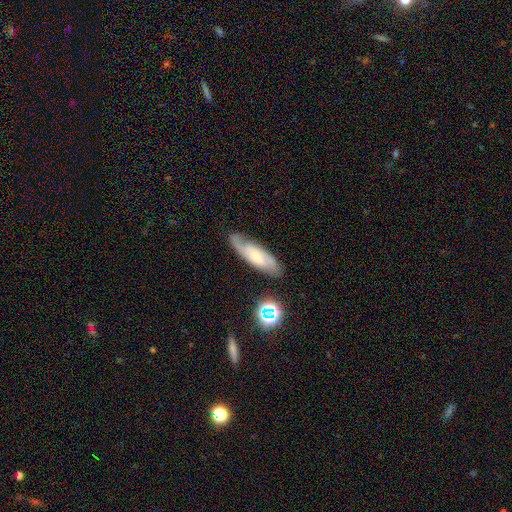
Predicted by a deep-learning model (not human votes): Smooth or featured? Predicted: featured or disk (p=0.61). Edge-on disk? Predicted: no (p=0.77). Merging? Predicted: none (p=0.75).